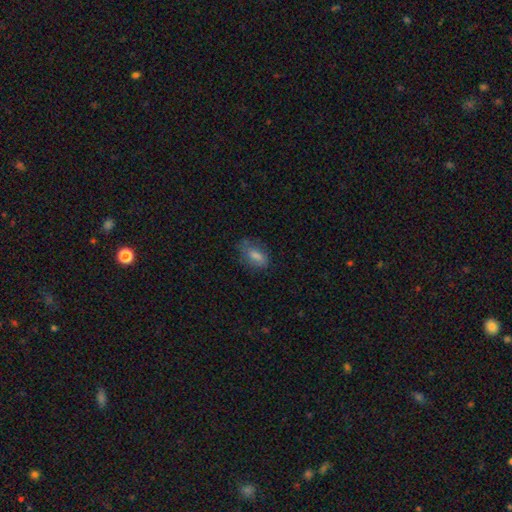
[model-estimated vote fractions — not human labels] Overall: smooth (68%). How rounded: in between (83%). Merging: none (62%; minor disturbance 26%).